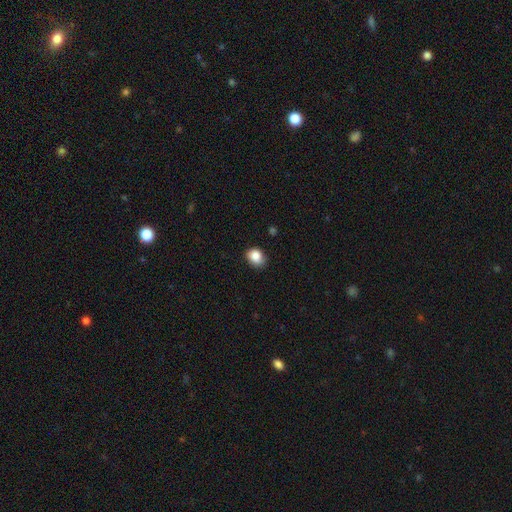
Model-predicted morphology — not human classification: A smooth galaxy with no disk features (86%) that is round (50%). Merging: none (79%).